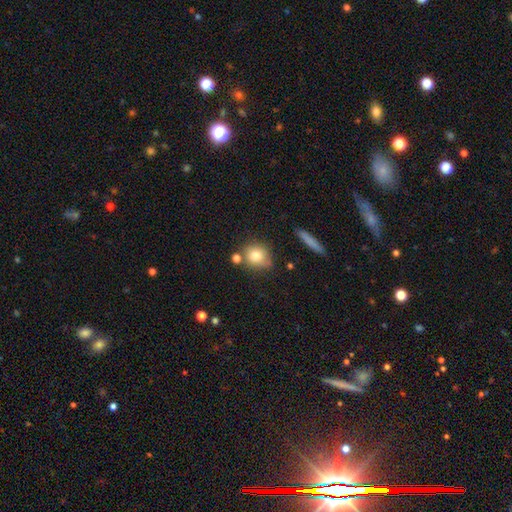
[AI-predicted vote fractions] smooth 79%, featured or disk 12%, star or artifact 10%. Down the decision tree: how rounded — round (79%); merging — none (67%).